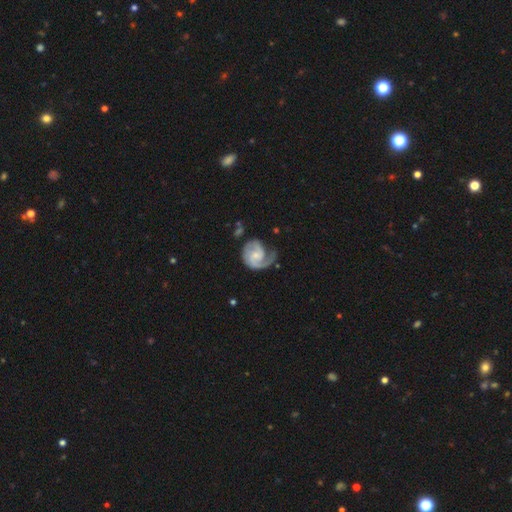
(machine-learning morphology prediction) The model was most divided on "spiral winding": tight: 44%, medium: 41%, loose: 15%. More confident: edge-on disk — no (98%); spiral arms — yes (96%); smooth or featured — featured or disk (84%); bar — no (55%); spiral arm count — 2 (55%); merging — none (53%); bulge size — small (50%).